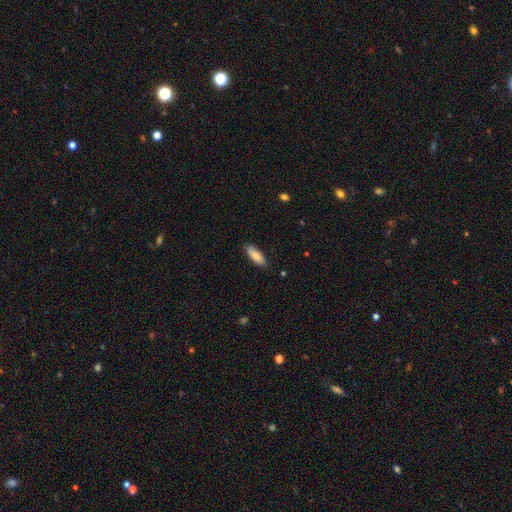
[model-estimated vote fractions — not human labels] Smooth or featured: smooth — 82% (featured or disk — 12%)
How rounded: in between — 63% (cigar-shaped — 35%)
Merging: none — 82% (minor disturbance — 14%)